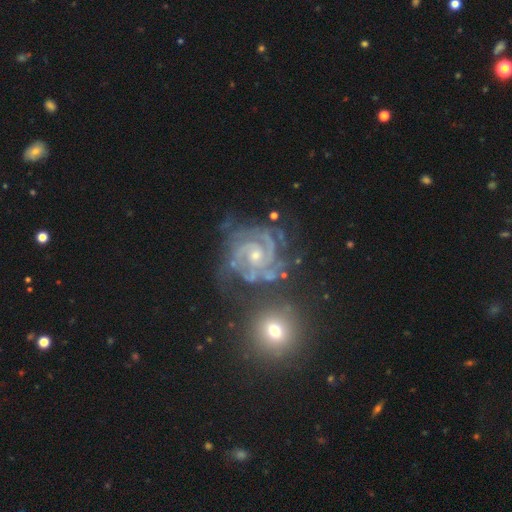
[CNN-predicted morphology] This appears to be a featured or disk galaxy (91%) with no bar (62%), 2 (38%) tight (69%) spiral arms (98%) and a small central bulge (56%). Merging: none (57%).